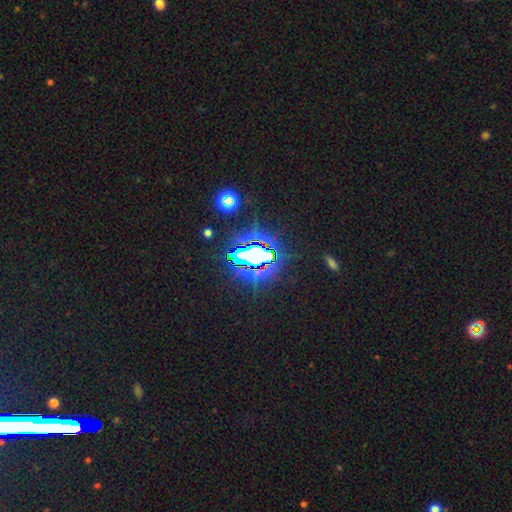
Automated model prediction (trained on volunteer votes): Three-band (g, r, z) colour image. It shows a star or artifact, not a galaxy (72%).